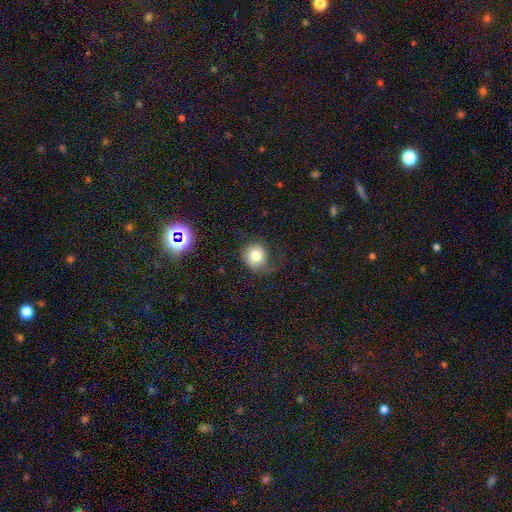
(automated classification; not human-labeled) Smooth or featured?
  - smooth: 74% *
  - featured or disk: 15%
  - star or artifact: 11%
How rounded?
  - round: 82% *
  - in between: 17%
  - cigar-shaped: 1%
Merging?
  - none: 54% *
  - minor disturbance: 23%
  - major disturbance: 21%
  - merger: 2%